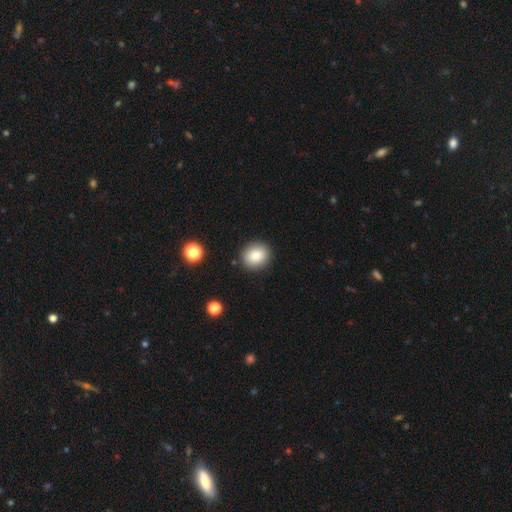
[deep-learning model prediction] A smooth galaxy with no disk features (85%) that is round (76%). Merging: none (89%).